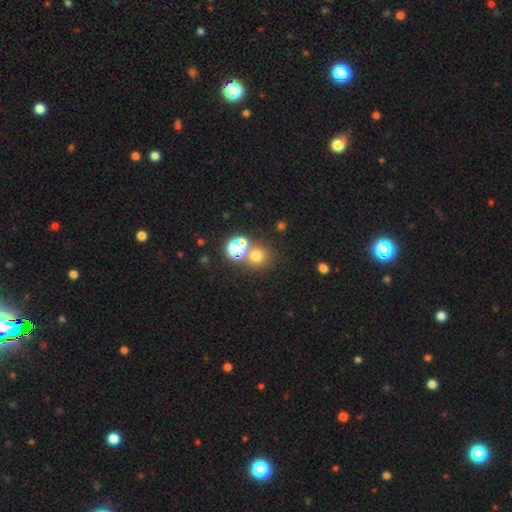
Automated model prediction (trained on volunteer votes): Smooth or featured? Predicted: smooth (p=0.65). How rounded? Predicted: round (p=0.89). Merging? Predicted: none (p=0.67).